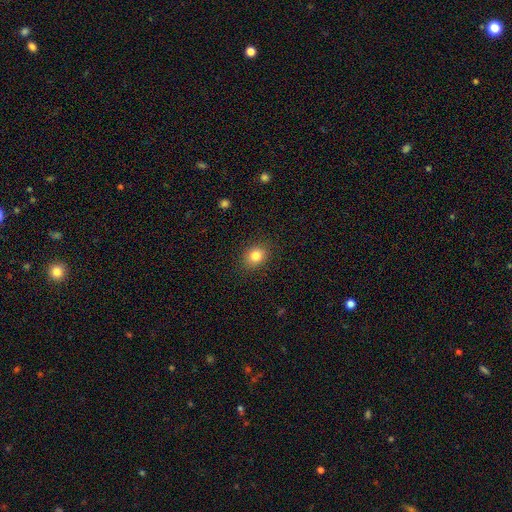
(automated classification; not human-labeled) Morphology: type=smooth (82%); roundness=round (59%); merging=none (88%).